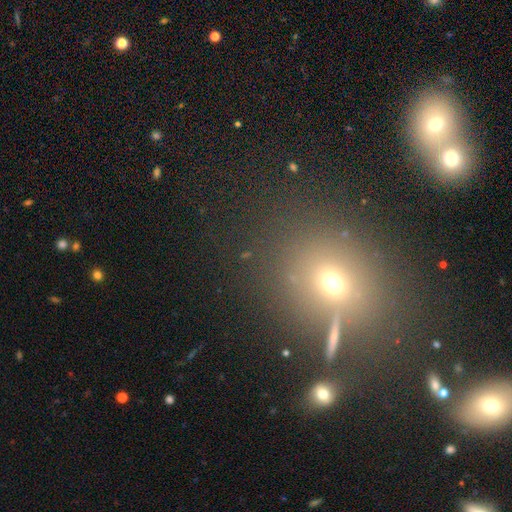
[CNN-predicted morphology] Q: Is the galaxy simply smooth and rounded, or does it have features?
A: smooth — 46%.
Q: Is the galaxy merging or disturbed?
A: none — 71%.